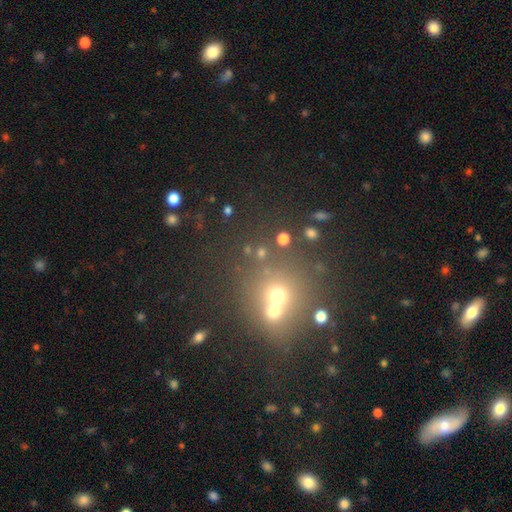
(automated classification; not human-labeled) Smooth or featured: smooth — 46% (star or artifact — 36%)
Merging: none — 50% (merger — 36%)